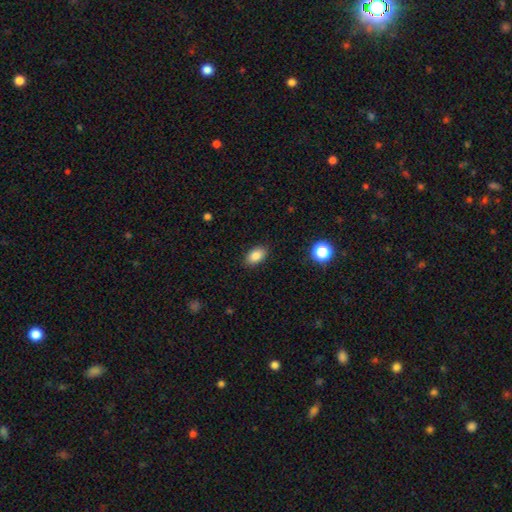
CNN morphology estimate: This is clearly a smooth galaxy (86%). How rounded: clearly in between (89%). Merging: clearly none (88%).